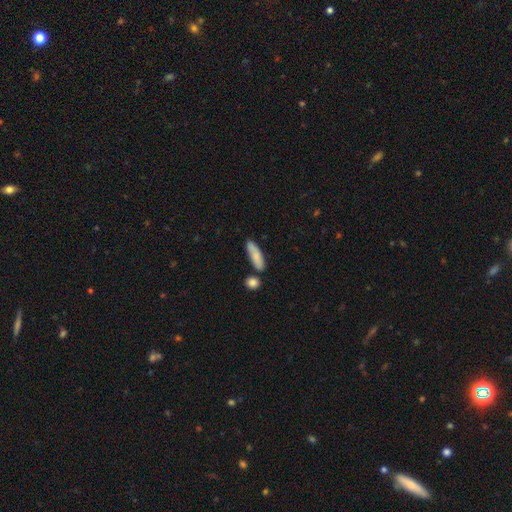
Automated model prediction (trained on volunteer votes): Smooth or featured: smooth — 80% (featured or disk — 14%)
How rounded: cigar-shaped — 55% (in between — 42%)
Merging: none — 74% (minor disturbance — 14%)